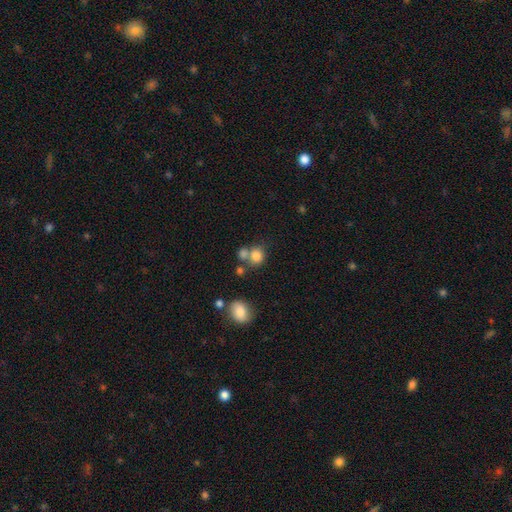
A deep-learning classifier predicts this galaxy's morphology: smooth 71%, star or artifact 18%, featured or disk 10%. Down the decision tree: how rounded — round (82%); merging — none (53%).